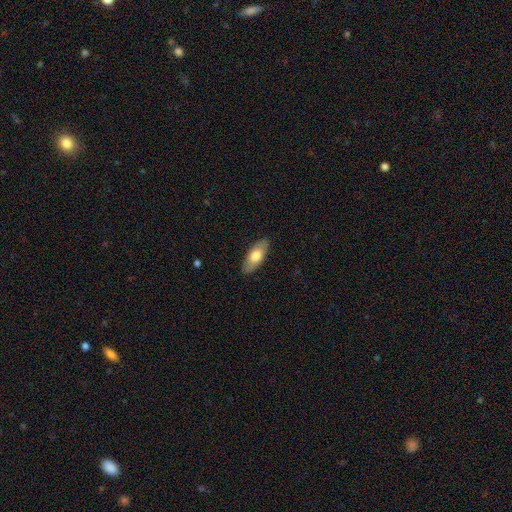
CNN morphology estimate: Overall: smooth (69%). How rounded: in between (82%). Merging: none (87%).